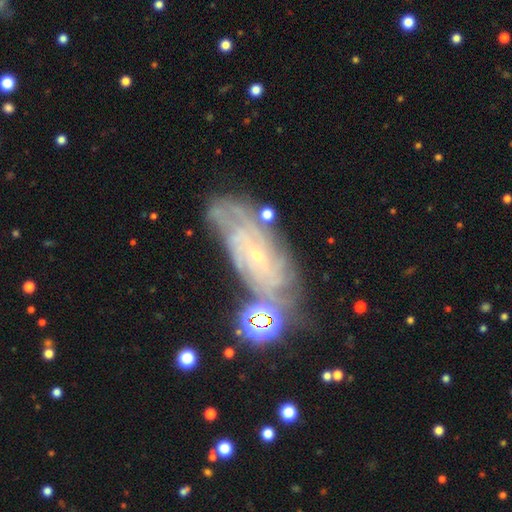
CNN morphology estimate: This appears to be a featured or disk galaxy (80%) with no bar (69%), tight (73%) spiral arms (93%) and a small central bulge (85%). Merging: none (64%).